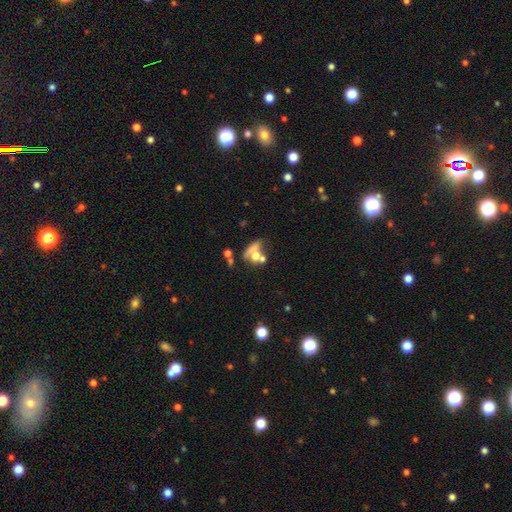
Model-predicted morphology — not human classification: Smooth or featured: smooth — 52% (featured or disk — 35%)
How rounded: in between — 59% (round — 36%)
Merging: merger — 46% (none — 22%)